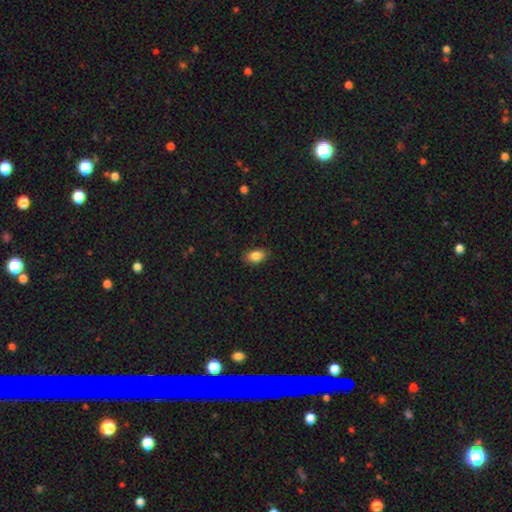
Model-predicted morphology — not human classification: smooth 85%, star or artifact 8%, featured or disk 7%. Down the decision tree: how rounded — in between (89%); merging — none (85%).